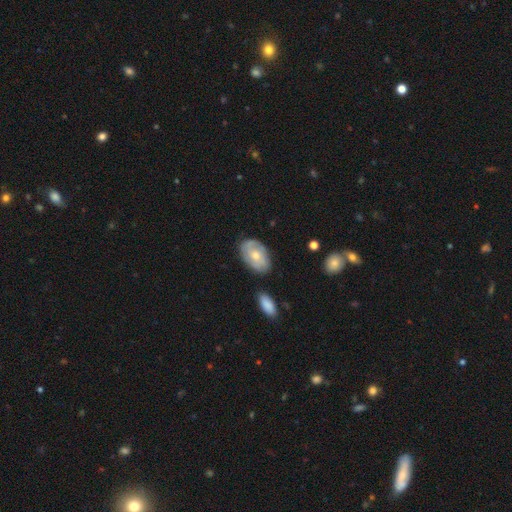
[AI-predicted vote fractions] Smooth or featured? smooth (52%)
How rounded? in between (88%)
Merging? none (73%)